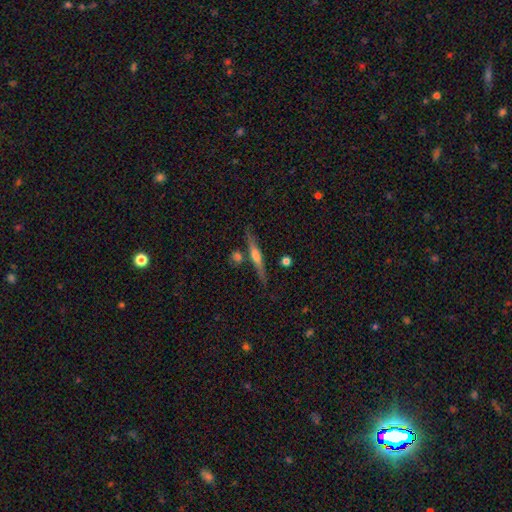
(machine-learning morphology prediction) type=featured or disk (65%); edge-on=yes (97%); edge-on bulge=rounded (77%); merging=none (81%).